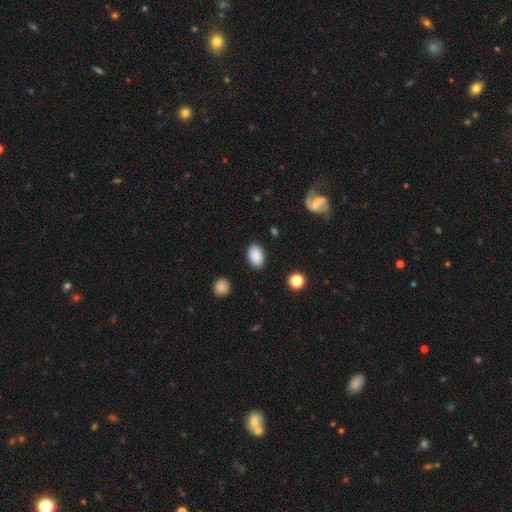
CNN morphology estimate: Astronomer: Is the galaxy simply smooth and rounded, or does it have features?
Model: smooth — 88%.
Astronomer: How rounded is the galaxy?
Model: in between — 86%.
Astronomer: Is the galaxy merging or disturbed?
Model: none — 87%.